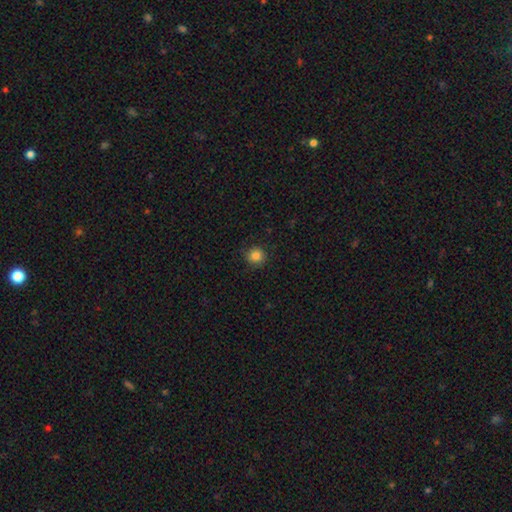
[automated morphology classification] This is clearly a smooth galaxy (84%). How rounded: clearly round (93%). Merging: clearly none (88%).